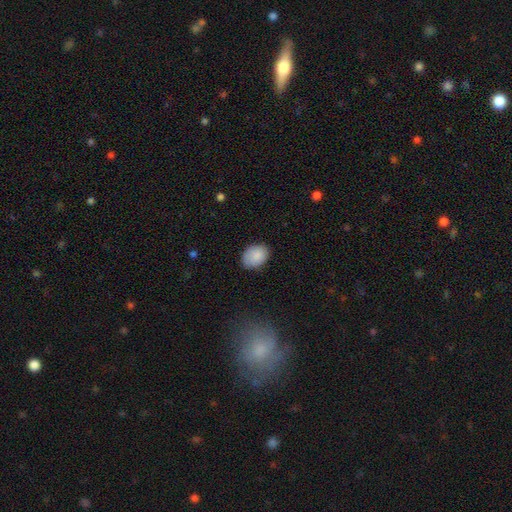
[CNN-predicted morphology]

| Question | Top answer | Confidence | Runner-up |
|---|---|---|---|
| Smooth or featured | smooth | 88% | star or artifact (7%) |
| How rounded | in between | 70% | round (29%) |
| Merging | none | 79% | minor disturbance (16%) |